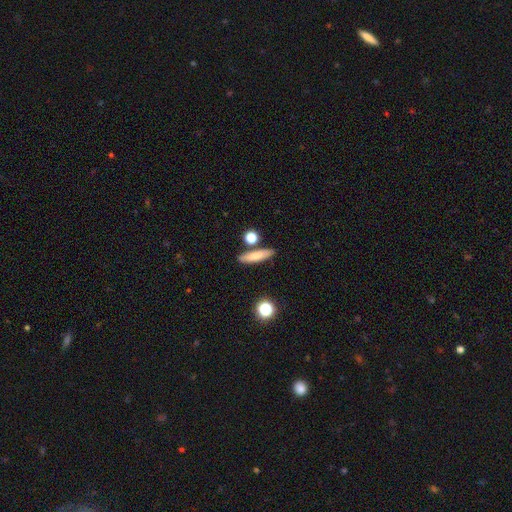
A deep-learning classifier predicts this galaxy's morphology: Smooth or featured? smooth (77%)
How rounded? cigar-shaped (72%)
Merging? none (81%)